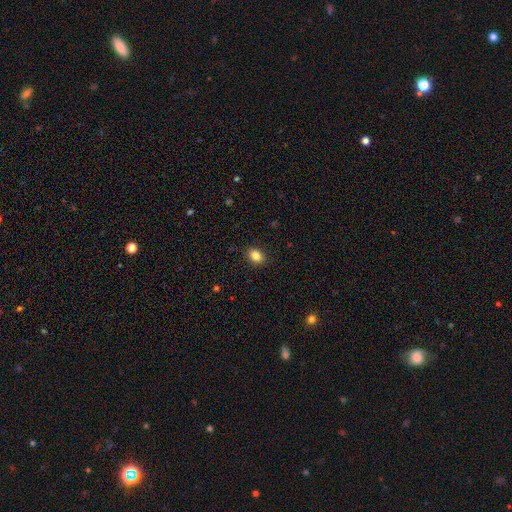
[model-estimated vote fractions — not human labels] Smooth or featured?
  - smooth: 85% *
  - star or artifact: 10%
  - featured or disk: 5%
How rounded?
  - in between: 72% *
  - round: 26%
  - cigar-shaped: 1%
Merging?
  - none: 89% *
  - minor disturbance: 8%
  - major disturbance: 2%
  - merger: 1%